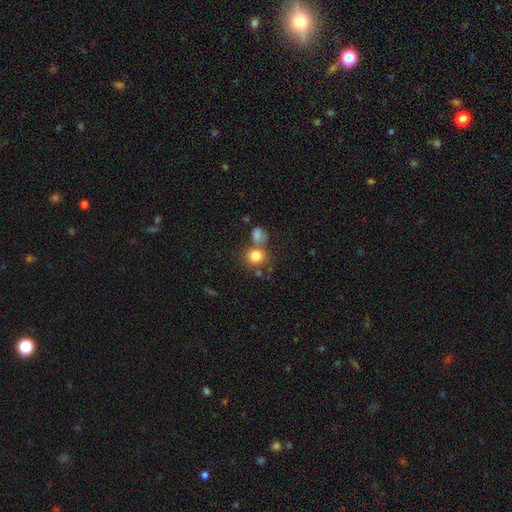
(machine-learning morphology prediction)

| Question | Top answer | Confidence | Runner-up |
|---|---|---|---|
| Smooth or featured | smooth | 80% | star or artifact (11%) |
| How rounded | round | 81% | in between (18%) |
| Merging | none | 56% | merger (28%) |